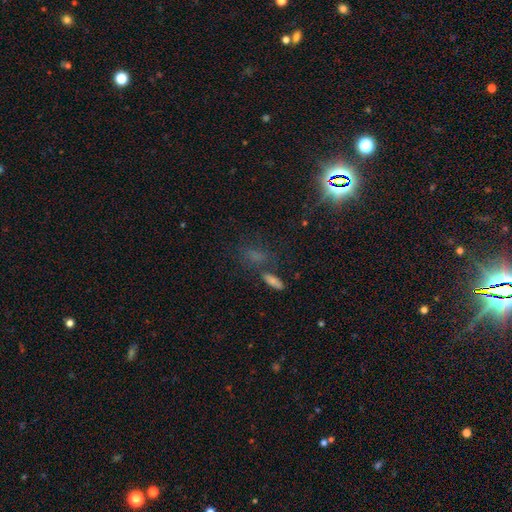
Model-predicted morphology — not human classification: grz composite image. It shows a star or artifact, not a galaxy (44%).